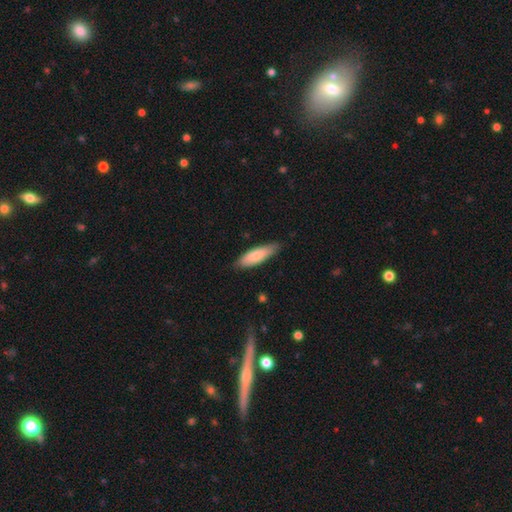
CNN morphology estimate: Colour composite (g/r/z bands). It shows a smooth galaxy with no disk features (79%) that is cigar-shaped (52%). Merging: none (80%).